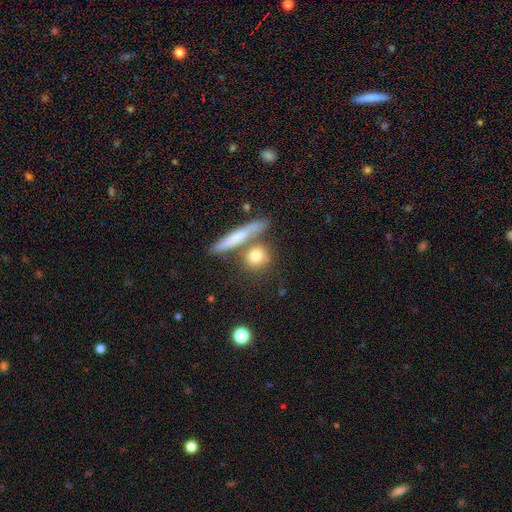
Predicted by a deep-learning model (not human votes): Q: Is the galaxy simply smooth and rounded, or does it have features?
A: smooth — 74%.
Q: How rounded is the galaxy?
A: round — 62%.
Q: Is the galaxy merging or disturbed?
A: none — 65%.